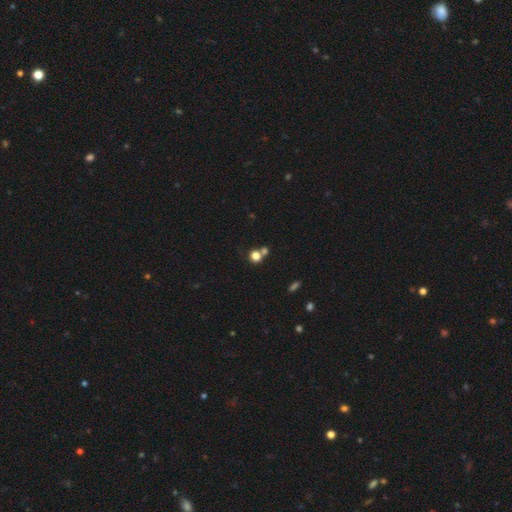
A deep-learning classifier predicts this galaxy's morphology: This appears to be a smooth galaxy with no disk features (79%) that is round (84%). Merging: none (54%).